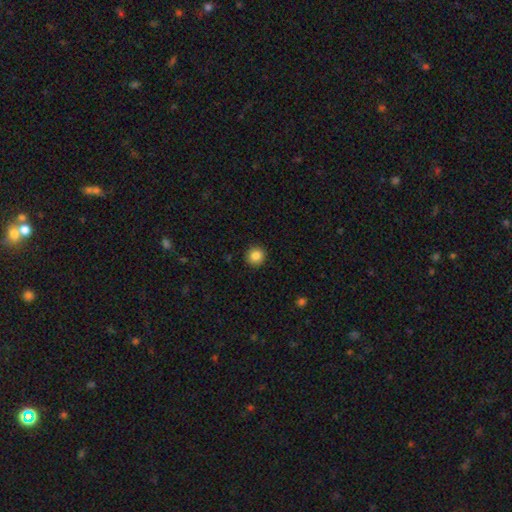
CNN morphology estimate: Smooth or featured: smooth — 86% (star or artifact — 10%)
How rounded: round — 93% (in between — 6%)
Merging: none — 92% (minor disturbance — 5%)